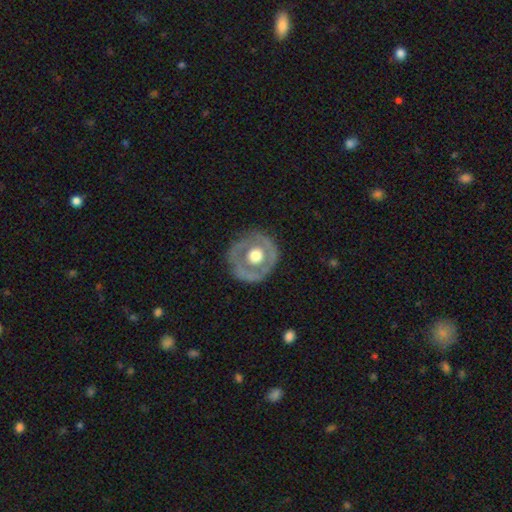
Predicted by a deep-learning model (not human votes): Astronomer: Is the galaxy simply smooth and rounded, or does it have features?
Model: featured or disk — 60% (runner-up: smooth, 35%).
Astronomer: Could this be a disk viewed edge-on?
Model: no — 95%.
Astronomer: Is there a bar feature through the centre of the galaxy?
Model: no — 91%.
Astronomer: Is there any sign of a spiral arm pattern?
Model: no — 84%.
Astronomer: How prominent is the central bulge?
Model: moderate — 52% (runner-up: large, 41%).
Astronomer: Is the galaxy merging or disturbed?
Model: none — 76%.